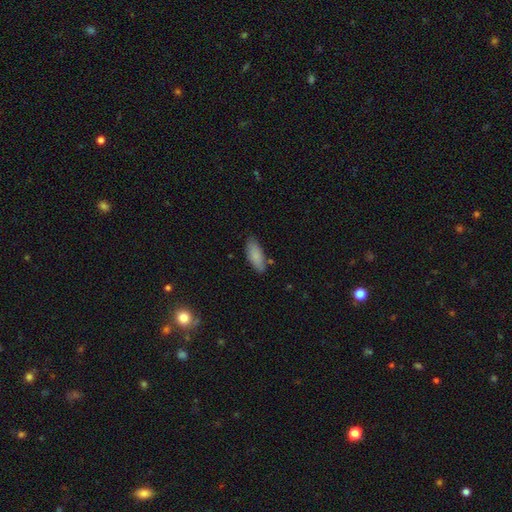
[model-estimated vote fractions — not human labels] Morphology: type=smooth (86%); roundness=in between (77%); merging=none (77%).